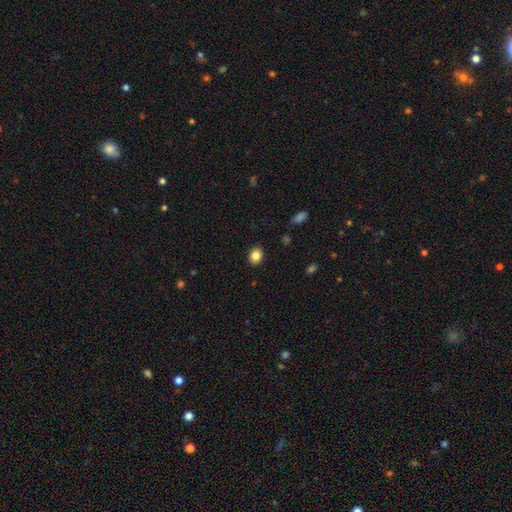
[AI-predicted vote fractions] The model was most divided on "how rounded": in between: 51%, round: 48%, cigar-shaped: 1%. More confident: merging — none (89%); smooth or featured — smooth (84%).